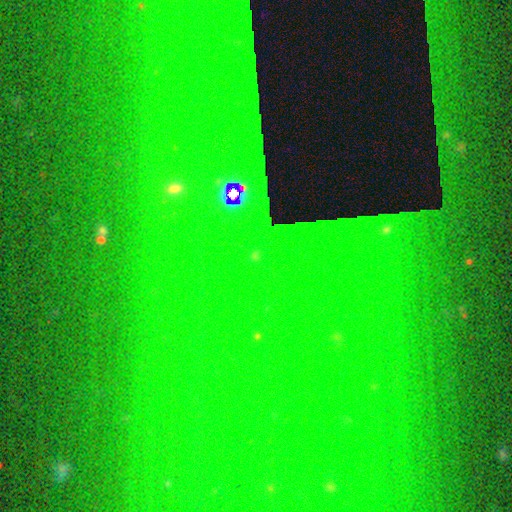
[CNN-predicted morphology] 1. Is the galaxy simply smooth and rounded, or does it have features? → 82% star or artifact, 10% smooth, 8% featured or disk.